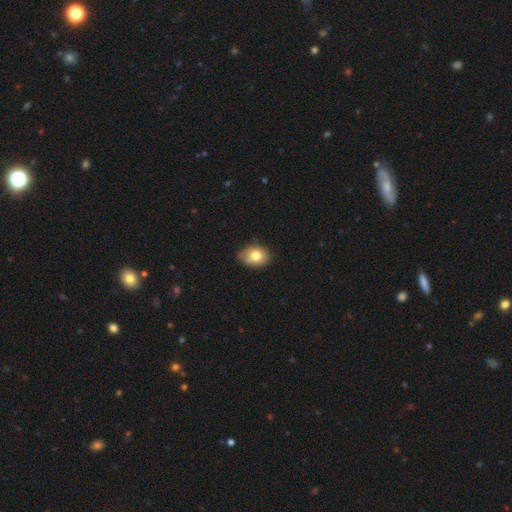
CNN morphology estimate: Smooth or featured: smooth — 77% (featured or disk — 14%)
How rounded: in between — 63% (round — 36%)
Merging: none — 68% (minor disturbance — 26%)